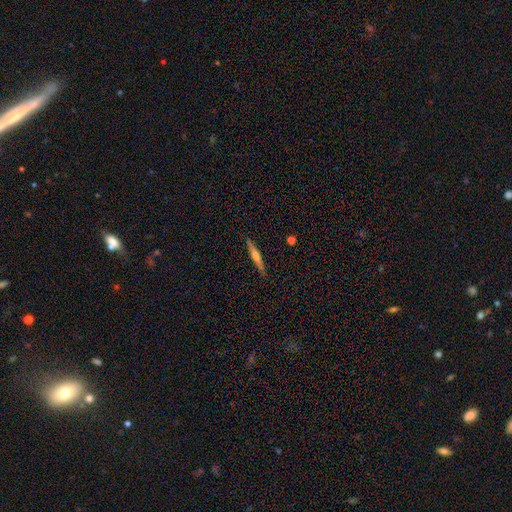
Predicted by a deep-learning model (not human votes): Q: Smooth or featured?
A: featured or disk (60%); runner-up: smooth (34%)
Q: Edge-on disk?
A: yes (97%); runner-up: no (3%)
Q: Edge-on bulge?
A: rounded (75%); runner-up: none (16%)
Q: Merging?
A: none (90%); runner-up: minor disturbance (8%)